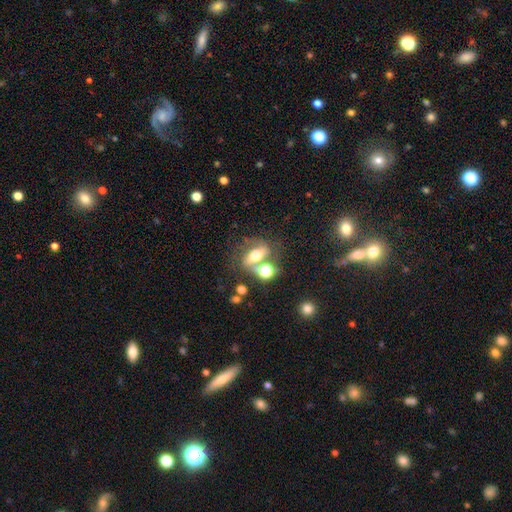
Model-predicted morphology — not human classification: The model was most divided on "smooth or featured": featured or disk: 43%, smooth: 42%, star or artifact: 15%. Remaining: merging — none (48%).